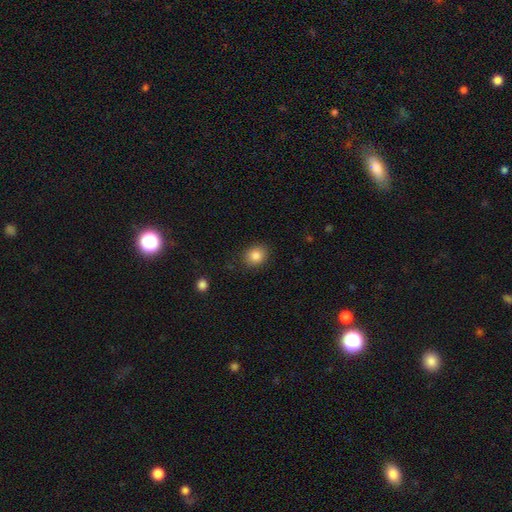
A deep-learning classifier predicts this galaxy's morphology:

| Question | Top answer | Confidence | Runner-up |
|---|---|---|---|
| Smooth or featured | smooth | 84% | star or artifact (10%) |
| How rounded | round | 58% | in between (41%) |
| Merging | none | 86% | minor disturbance (10%) |